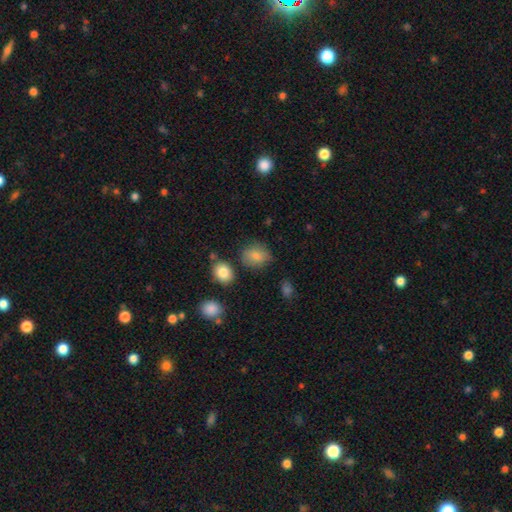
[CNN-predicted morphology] Overall: smooth (81%). How rounded: round (66%; in between 33%). Merging: none (72%).